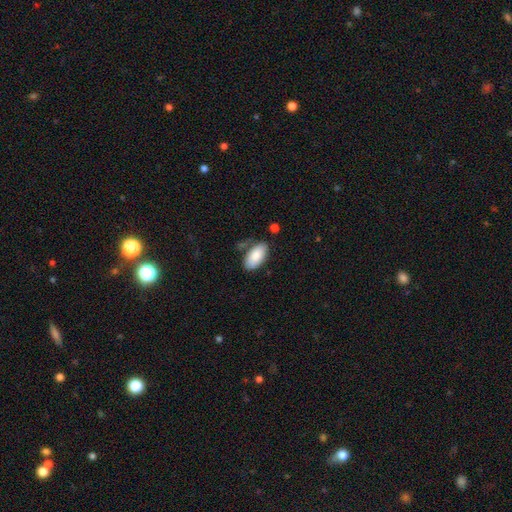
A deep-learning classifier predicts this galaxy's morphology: Overall: smooth (86%). How rounded: in between (95%). Merging: none (71%).